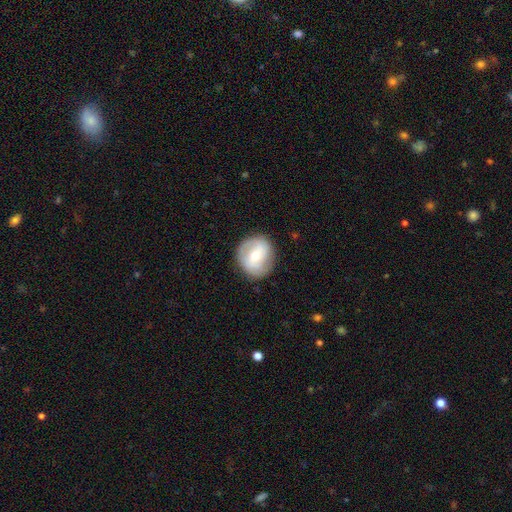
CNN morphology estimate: This appears to be a featured or disk galaxy (60%) with a weak bar (44%), spiral arms (76%) and a moderate central bulge (61%). Merging: none (84%).